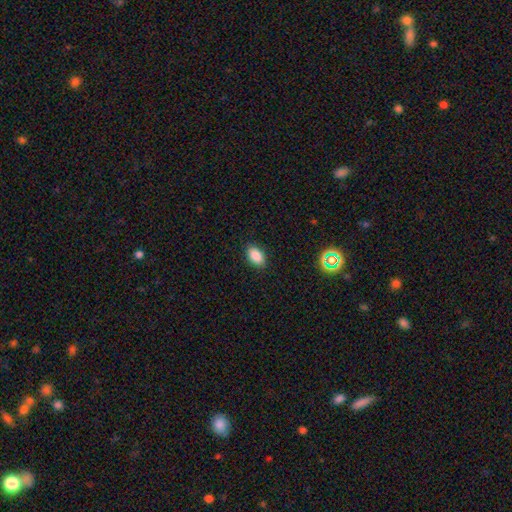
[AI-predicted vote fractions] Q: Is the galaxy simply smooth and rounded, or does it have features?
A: smooth — 87%.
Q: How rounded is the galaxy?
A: in between — 91%.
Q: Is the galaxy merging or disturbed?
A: none — 88%.